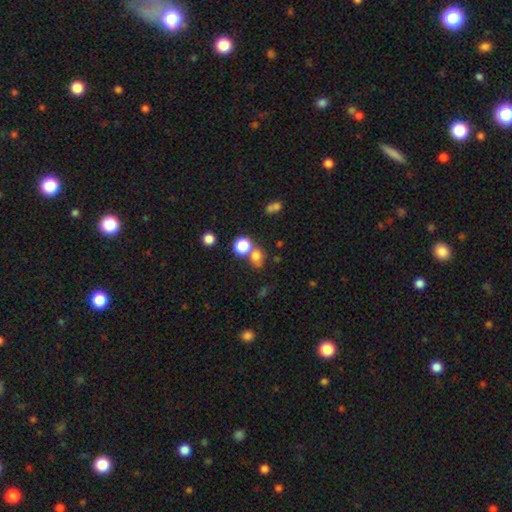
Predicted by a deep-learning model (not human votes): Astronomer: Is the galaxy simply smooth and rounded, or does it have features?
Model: smooth — 72%.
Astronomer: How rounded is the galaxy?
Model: round — 71%.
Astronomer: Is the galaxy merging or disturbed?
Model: none — 54% (runner-up: merger, 30%).